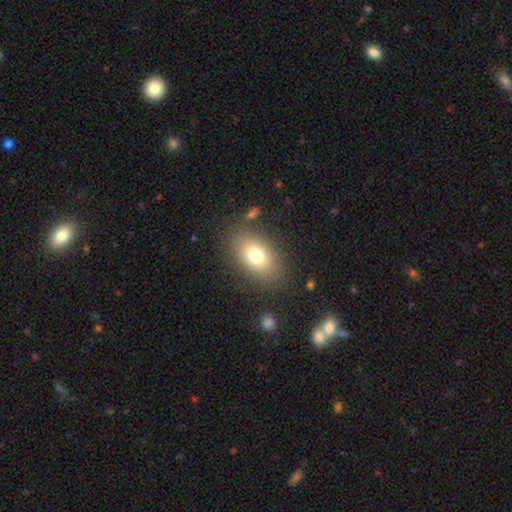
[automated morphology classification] Smooth or featured: smooth — 76% (featured or disk — 14%)
How rounded: in between — 84% (round — 14%)
Merging: none — 82% (minor disturbance — 11%)